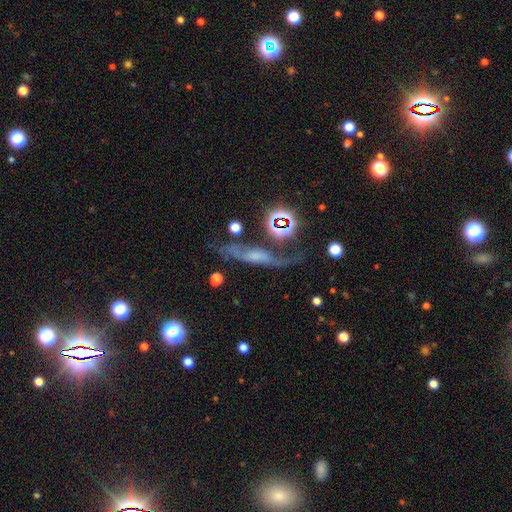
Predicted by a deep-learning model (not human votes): A featured or disk galaxy (59%).

Vote fractions:
- Smooth or featured? featured or disk: 59% / smooth: 24% / star or artifact: 17%
- Edge-on disk? no: 55% / yes: 45%
- Merging? none: 54% / minor disturbance: 21% / major disturbance: 17% / merger: 8%